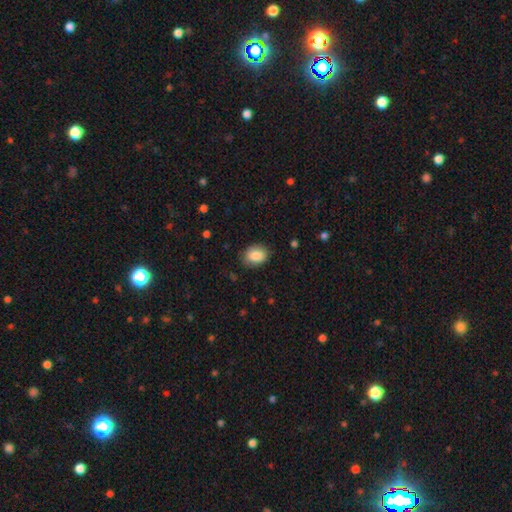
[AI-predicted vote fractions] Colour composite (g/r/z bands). It shows a smooth galaxy with no disk features (86%) that is in between round and cigar-shaped (66%). Merging: none (83%).